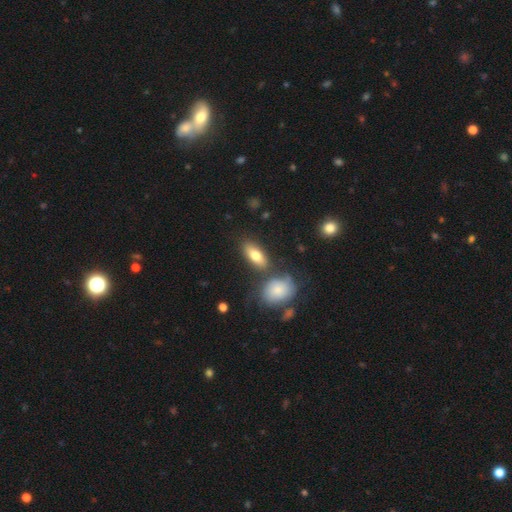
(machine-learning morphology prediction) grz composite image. It shows a smooth galaxy with no disk features (73%) that is in between round and cigar-shaped (78%). Merging: none (73%).